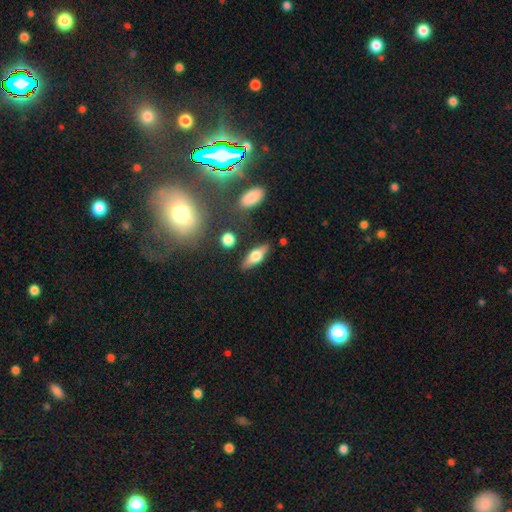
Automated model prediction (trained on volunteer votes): Overall: smooth (52%; featured or disk 41%). How rounded: in between (61%; cigar-shaped 35%). Merging: none (83%).